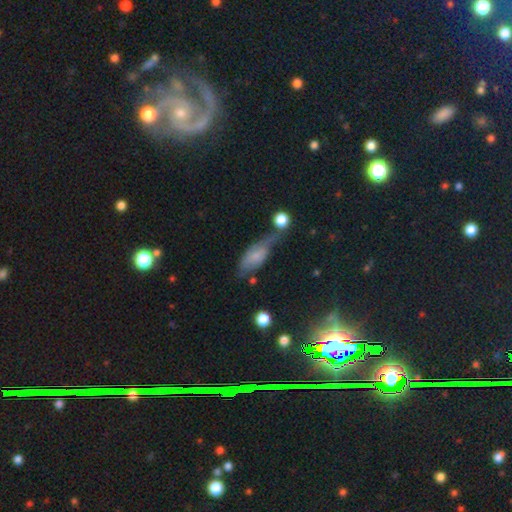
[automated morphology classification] Smooth or featured?
  - smooth: 54% *
  - featured or disk: 34%
  - star or artifact: 12%
How rounded?
  - in between: 76% *
  - cigar-shaped: 19%
  - round: 5%
Merging?
  - none: 36% *
  - minor disturbance: 33%
  - major disturbance: 19%
  - merger: 12%